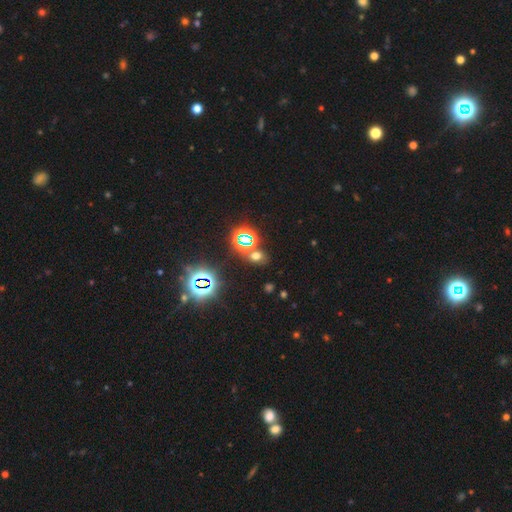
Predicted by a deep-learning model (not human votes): Overall: star or artifact (48%; smooth 44%).